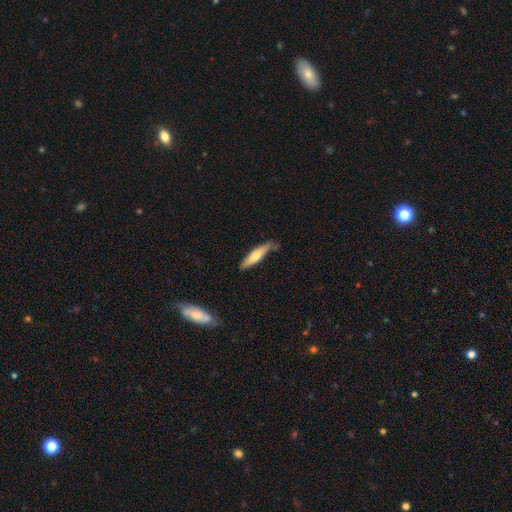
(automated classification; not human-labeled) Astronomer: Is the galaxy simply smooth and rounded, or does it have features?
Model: smooth — 61%.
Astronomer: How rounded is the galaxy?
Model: cigar-shaped — 82%.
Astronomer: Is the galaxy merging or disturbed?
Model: none — 76%.